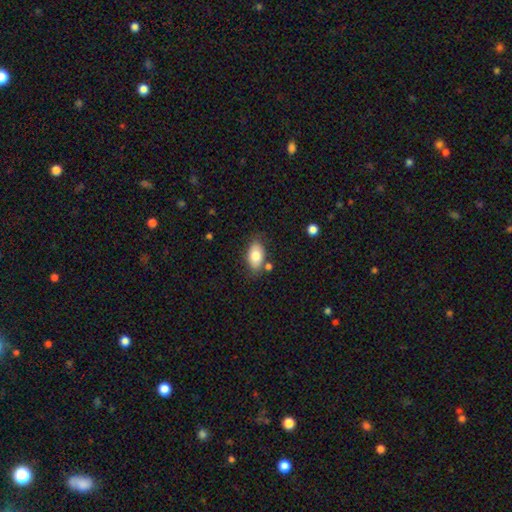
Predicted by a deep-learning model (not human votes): A smooth galaxy with no disk features (79%) that is in between round and cigar-shaped (92%). Merging: none (77%).